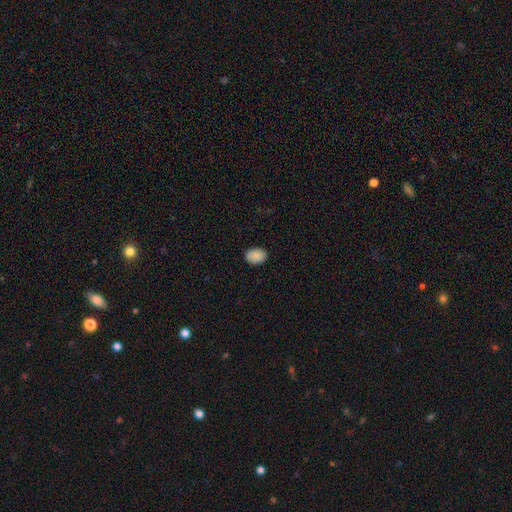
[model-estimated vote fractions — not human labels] This appears to be a smooth galaxy with no disk features (89%) that is in between round and cigar-shaped (75%). Merging: none (88%).